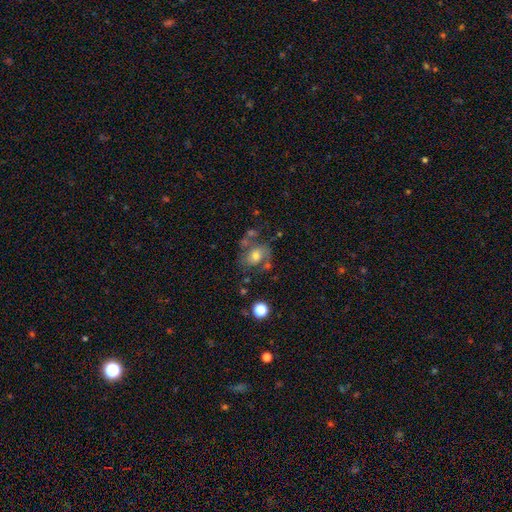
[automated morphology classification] This is possibly a featured or disk galaxy (46%). Merging: possibly none (50%).